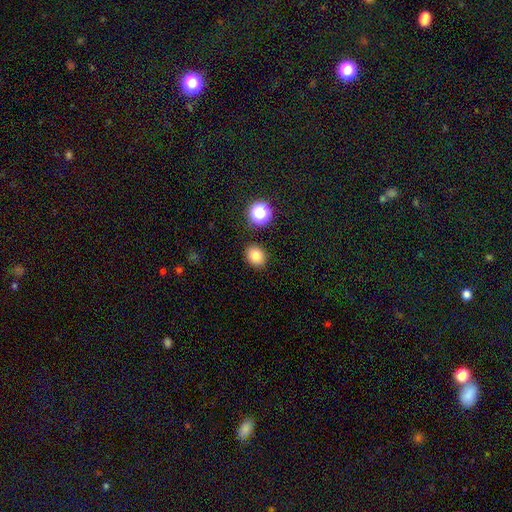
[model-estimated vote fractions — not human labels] This is clearly a smooth galaxy (80%). How rounded: possibly round (59%). Merging: clearly none (88%).